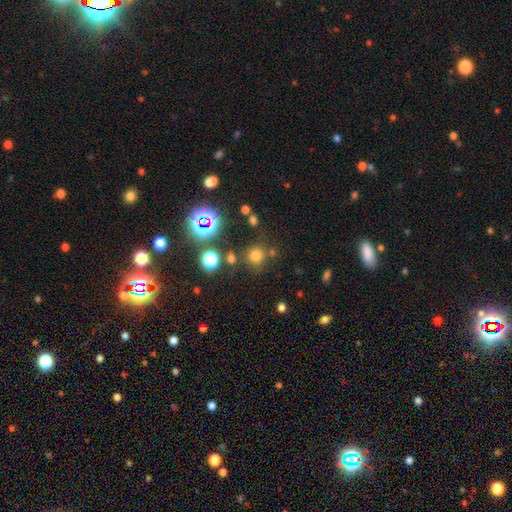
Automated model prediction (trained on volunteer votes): Smooth or featured? Predicted: smooth (p=0.67). How rounded? Predicted: round (p=0.92). Merging? Predicted: none (p=0.78).